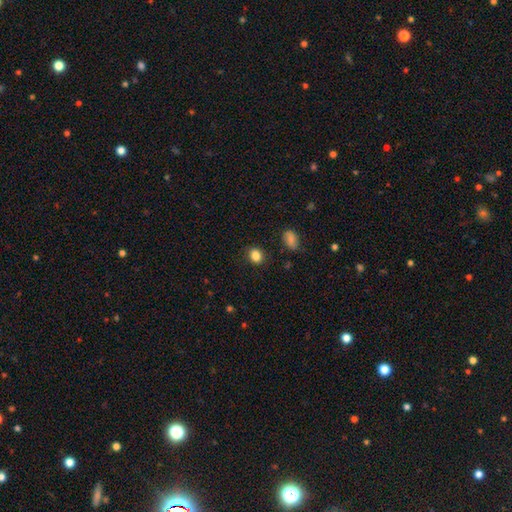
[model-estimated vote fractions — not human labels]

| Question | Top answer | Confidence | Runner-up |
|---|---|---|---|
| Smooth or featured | smooth | 85% | star or artifact (10%) |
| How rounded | round | 53% | in between (46%) |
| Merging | none | 83% | minor disturbance (12%) |